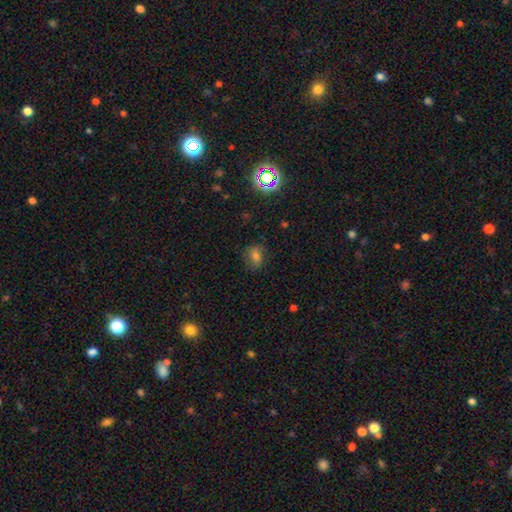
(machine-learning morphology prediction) Overall: smooth (62%; star or artifact 24%). How rounded: in between (56%; round 42%). Merging: none (75%).